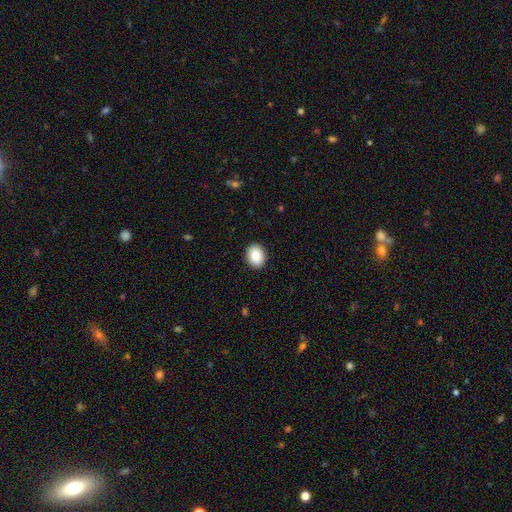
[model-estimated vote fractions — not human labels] A smooth galaxy with no disk features (89%) that is in between round and cigar-shaped (65%). Merging: none (91%).